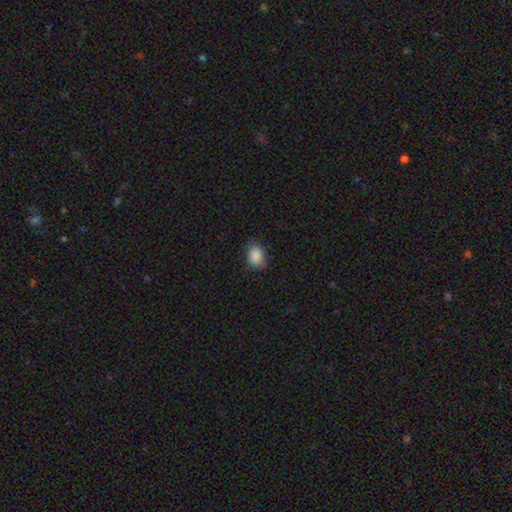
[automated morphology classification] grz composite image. It shows a smooth galaxy with no disk features (89%) that is in between round and cigar-shaped (71%). Merging: none (80%).